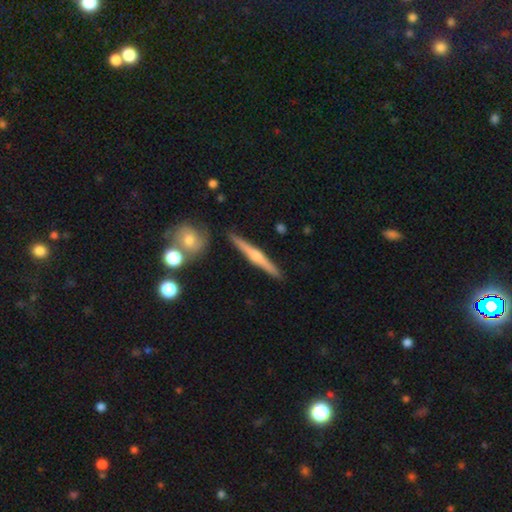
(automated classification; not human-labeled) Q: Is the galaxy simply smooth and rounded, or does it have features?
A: featured or disk — 68%.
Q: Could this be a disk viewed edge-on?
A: yes — 98%.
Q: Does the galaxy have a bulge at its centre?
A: rounded — 79%.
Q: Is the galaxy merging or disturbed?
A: none — 90%.